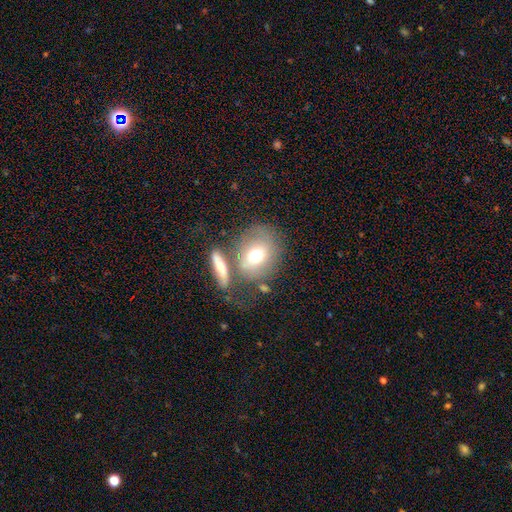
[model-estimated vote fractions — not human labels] Q: Smooth or featured?
A: smooth (65%); runner-up: featured or disk (25%)
Q: How rounded?
A: round (54%); runner-up: in between (44%)
Q: Merging?
A: none (53%); runner-up: merger (22%)